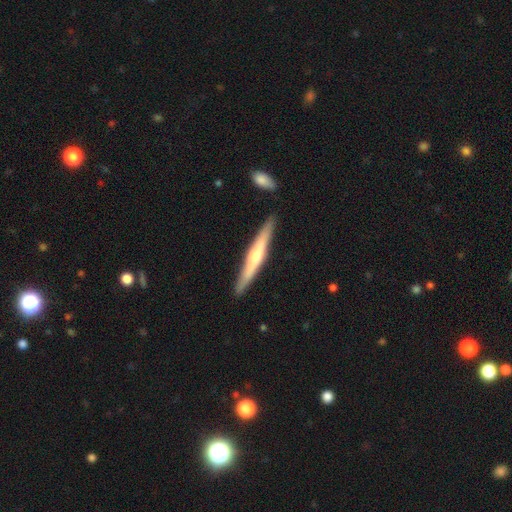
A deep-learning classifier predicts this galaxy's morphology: Smooth or featured? featured or disk (66%)
Edge-on disk? yes (96%)
Edge-on bulge? rounded (71%)
Merging? none (87%)